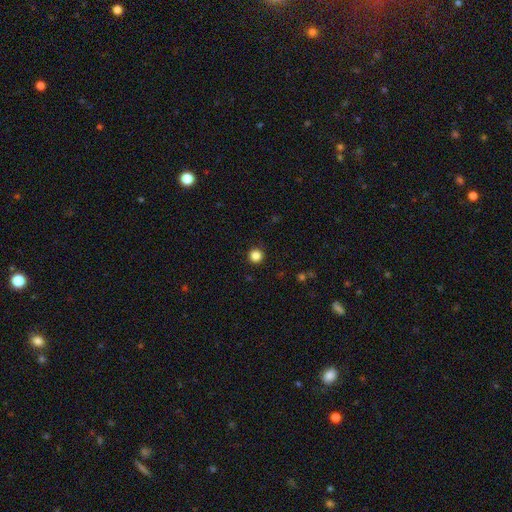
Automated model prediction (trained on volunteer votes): This appears to be a smooth galaxy with no disk features (86%) that is round (96%). Merging: none (92%).